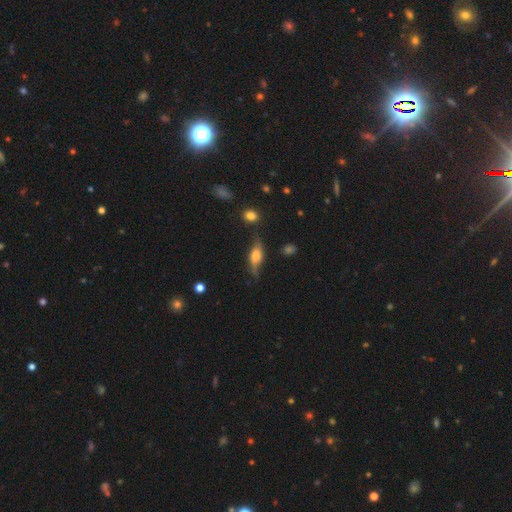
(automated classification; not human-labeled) Q: Smooth or featured?
A: featured or disk (53%); runner-up: smooth (39%)
Q: Edge-on disk?
A: yes (79%); runner-up: no (21%)
Q: Merging?
A: none (65%); runner-up: minor disturbance (23%)